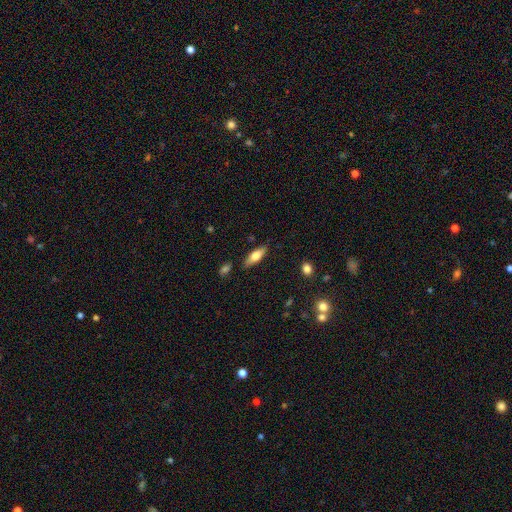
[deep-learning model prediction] A smooth galaxy with no disk features (67%) that is in between round and cigar-shaped (59%).

Vote fractions:
- Smooth or featured? smooth: 67% / featured or disk: 26% / star or artifact: 6%
- How rounded? in between: 59% / cigar-shaped: 39% / round: 2%
- Merging? none: 82% / minor disturbance: 13% / major disturbance: 3% / merger: 2%